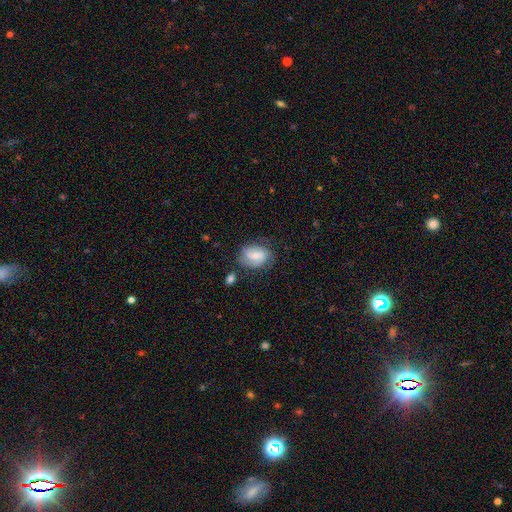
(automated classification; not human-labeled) smooth-or-featured: featured or disk: 61% | smooth: 32% | star or artifact: 7%
  disk-edge-on: no: 97% | yes: 3%
    bar: no: 47% | weak: 42% | strong: 10%
    has-spiral-arms: yes: 87% | no: 13%
      spiral-winding: tight: 41% (tied) | medium: 41% (tied) | loose: 18%
      spiral-arm-count: 2: 51% | can't tell: 24% | 3: 16% | 1: 4% | 4: 3% | more than 4: 2%
    bulge-size: small: 52% | moderate: 42% | none: 2% | large: 2% | dominant: 1%
  merging: none: 65% | minor disturbance: 23% | major disturbance: 9% | merger: 4%